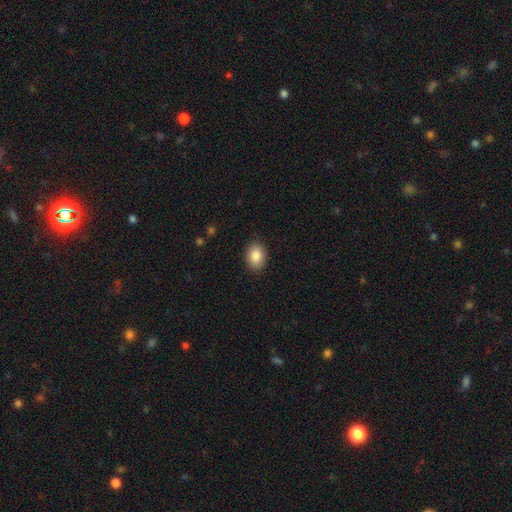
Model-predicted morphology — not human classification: A smooth galaxy with no disk features (86%) that is in between round and cigar-shaped (76%).

Vote fractions:
- Smooth or featured? smooth: 86% / star or artifact: 8% / featured or disk: 6%
- How rounded? in between: 76% / round: 23% / cigar-shaped: 1%
- Merging? none: 88% / minor disturbance: 9% / major disturbance: 2% / merger: 1%